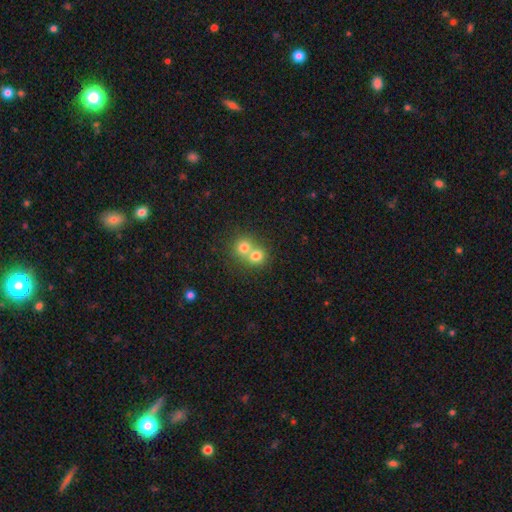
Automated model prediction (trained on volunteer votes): This appears to be a smooth galaxy with no disk features (75%) that is round (82%). Merging: merger (64%).